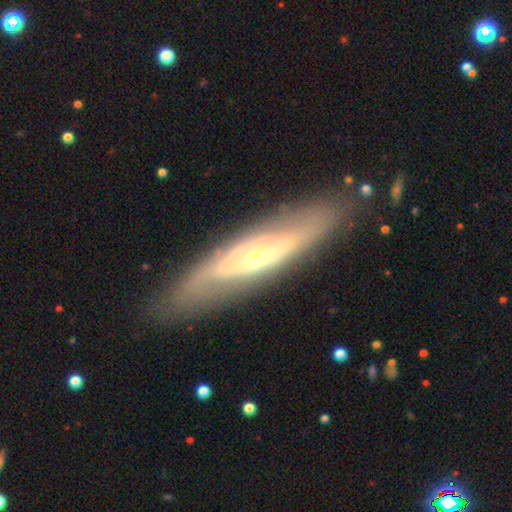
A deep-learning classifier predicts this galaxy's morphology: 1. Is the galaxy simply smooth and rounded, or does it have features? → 69% featured or disk, 25% smooth, 6% star or artifact.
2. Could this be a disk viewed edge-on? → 56% no, 44% yes.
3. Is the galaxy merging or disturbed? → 83% none, 11% minor disturbance, 4% major disturbance, 2% merger.